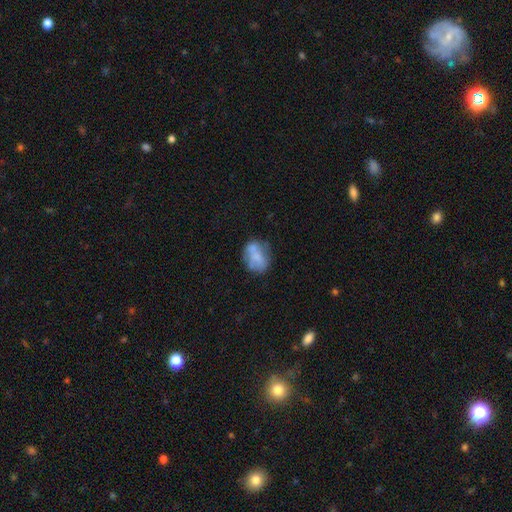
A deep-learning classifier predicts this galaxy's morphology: This appears to be a smooth galaxy with no disk features (57%) that is in between round and cigar-shaped (67%). Merging: none (48%).